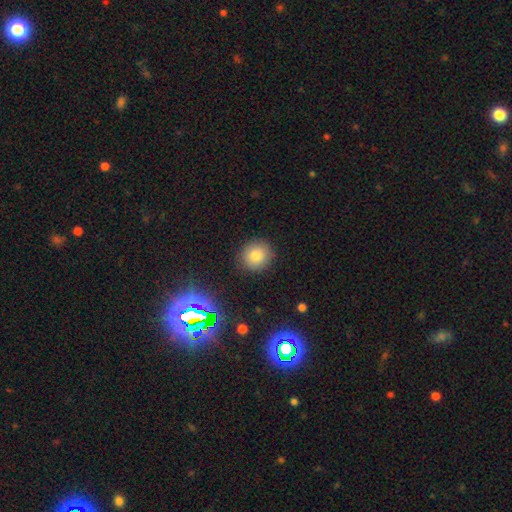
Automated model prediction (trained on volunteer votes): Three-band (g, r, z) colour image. It shows a smooth galaxy with no disk features (81%) that is round (87%). Merging: none (89%).